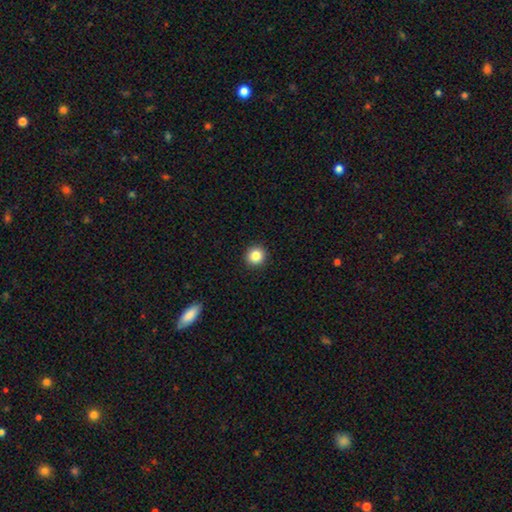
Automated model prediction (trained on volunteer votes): The model was most divided on "smooth or featured": smooth: 85%, star or artifact: 10%, featured or disk: 5%. More confident: how rounded — round (93%); merging — none (93%).